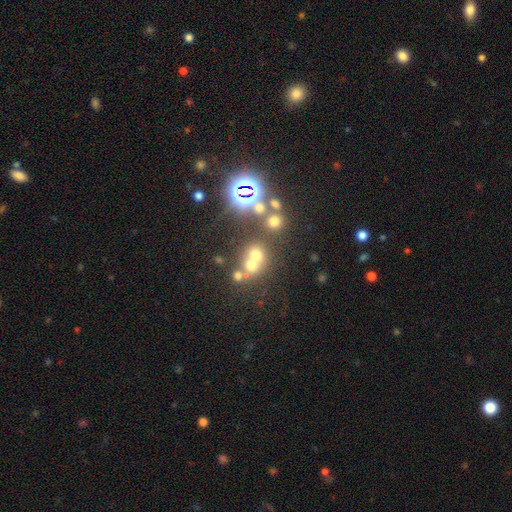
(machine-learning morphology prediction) smooth 54%, star or artifact 29%, featured or disk 17%. Down the decision tree: how rounded — round (77%); merging — none (43%, tied with merger).